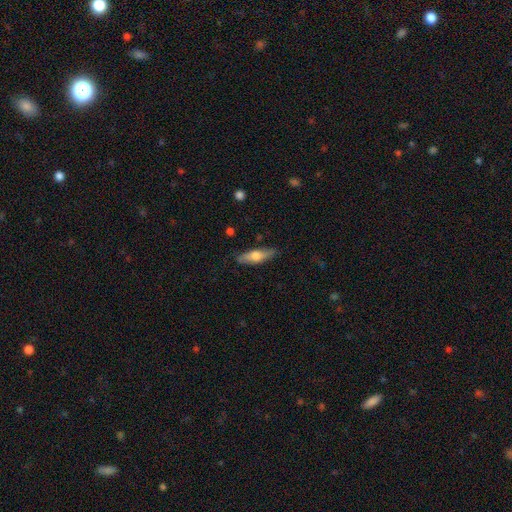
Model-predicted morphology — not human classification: The model was most divided on "how rounded": cigar-shaped: 55%, in between: 43%, round: 2%. More confident: merging — none (82%); smooth or featured — smooth (57%).